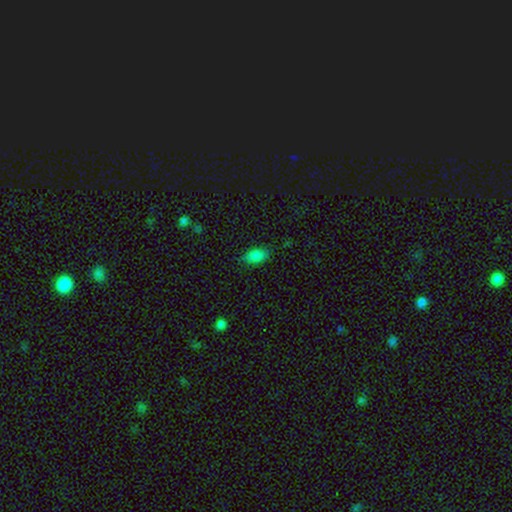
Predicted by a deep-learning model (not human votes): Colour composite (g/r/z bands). It shows a smooth galaxy with no disk features (86%) that is in between round and cigar-shaped (92%). Merging: none (79%).